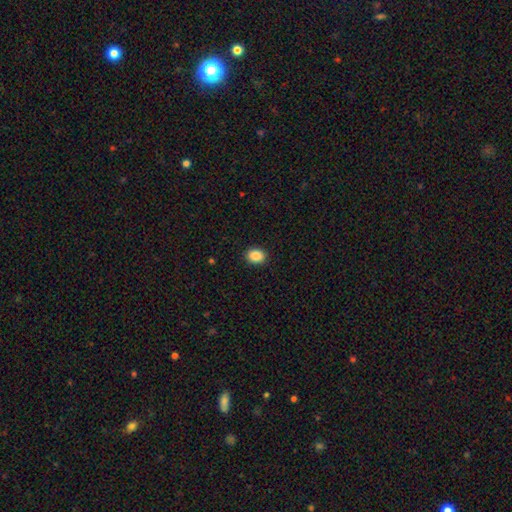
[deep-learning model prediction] Smooth or featured? smooth (88%)
How rounded? in between (50%)
Merging? none (91%)